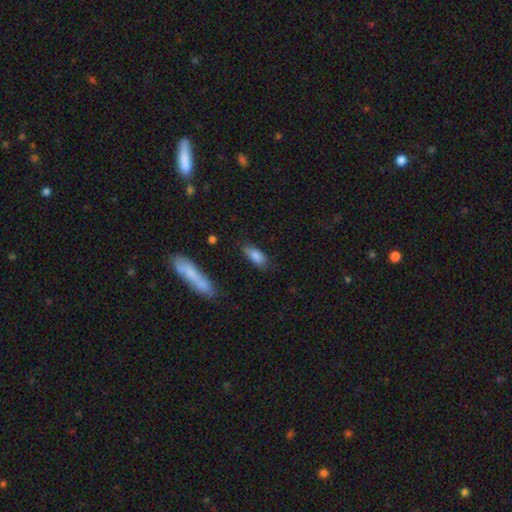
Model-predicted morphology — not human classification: Smooth or featured?
  - smooth: 84% *
  - featured or disk: 9%
  - star or artifact: 7%
How rounded?
  - in between: 82% *
  - cigar-shaped: 15%
  - round: 3%
Merging?
  - none: 69% *
  - minor disturbance: 22%
  - major disturbance: 5%
  - merger: 3%